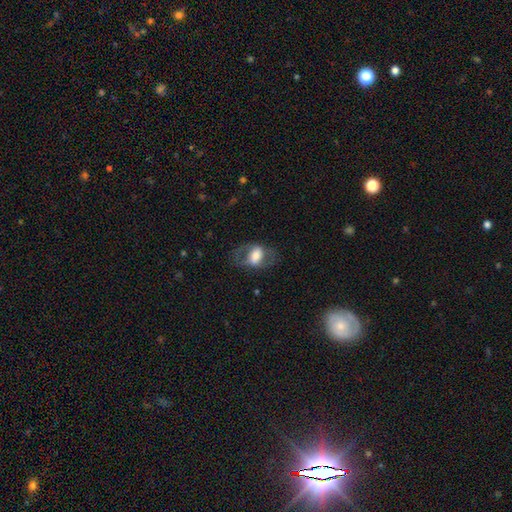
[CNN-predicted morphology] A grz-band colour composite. It shows a smooth galaxy with no disk features (47%). Merging: none (66%).